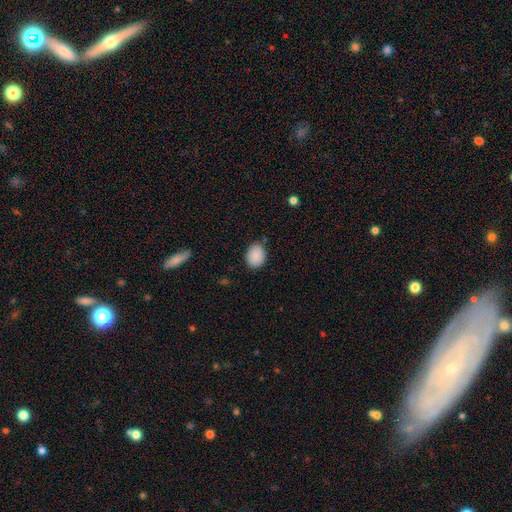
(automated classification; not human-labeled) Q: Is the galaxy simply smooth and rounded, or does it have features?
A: smooth — 89%.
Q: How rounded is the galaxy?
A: in between — 56%.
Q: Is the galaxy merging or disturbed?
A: none — 78%.